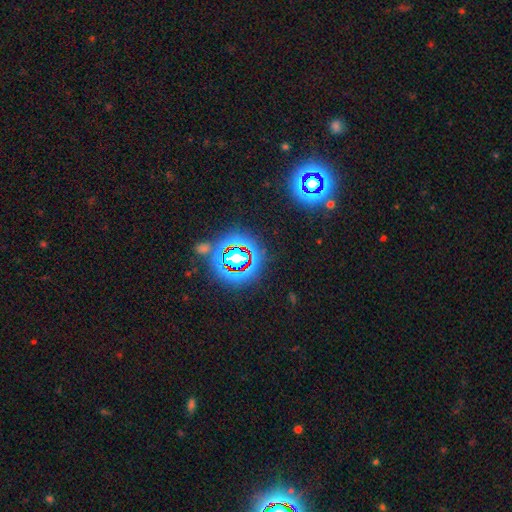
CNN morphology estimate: Smooth or featured? Predicted: star or artifact (p=0.73).